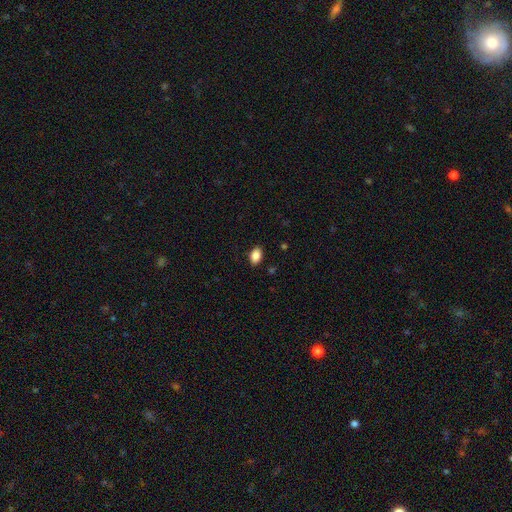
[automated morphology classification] smooth 88%, star or artifact 8%, featured or disk 4%. Down the decision tree: how rounded — in between (87%); merging — none (88%).